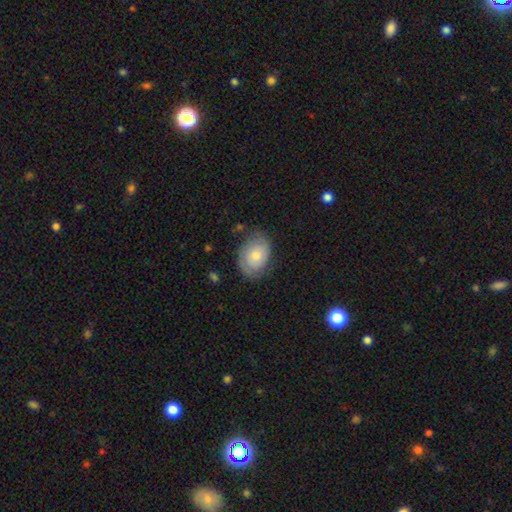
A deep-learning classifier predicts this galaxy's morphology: smooth-or-featured: smooth: 56% | featured or disk: 37% | star or artifact: 8%
  how-rounded: in between: 70% | round: 29% | cigar-shaped: 1%
  merging: none: 71% | minor disturbance: 21% | major disturbance: 6% | merger: 2%